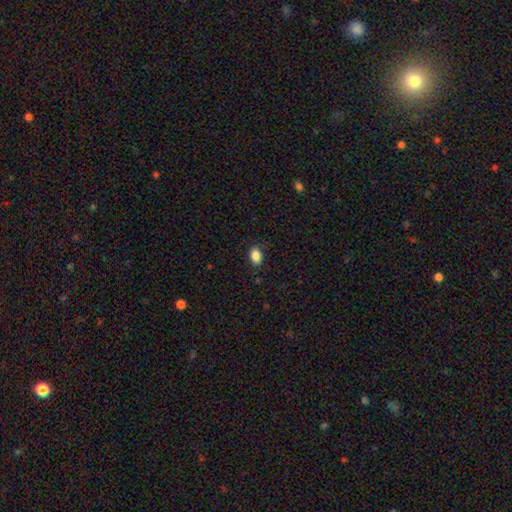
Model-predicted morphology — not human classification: smooth 87%, star or artifact 9%, featured or disk 4%. Down the decision tree: how rounded — in between (80%); merging — none (83%).